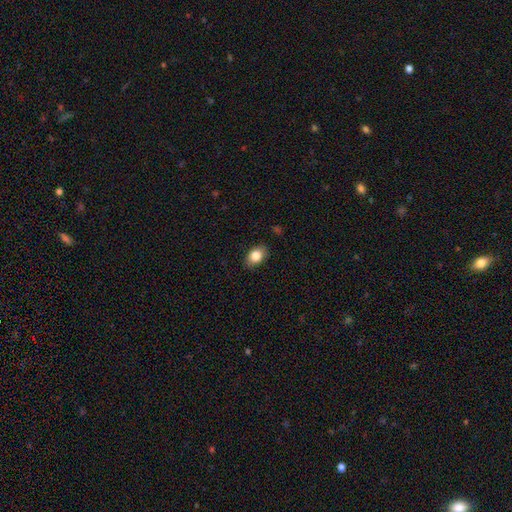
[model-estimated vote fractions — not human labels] Q: Smooth or featured?
A: smooth (84%); runner-up: featured or disk (8%)
Q: How rounded?
A: in between (80%); runner-up: round (19%)
Q: Merging?
A: none (85%); runner-up: minor disturbance (11%)